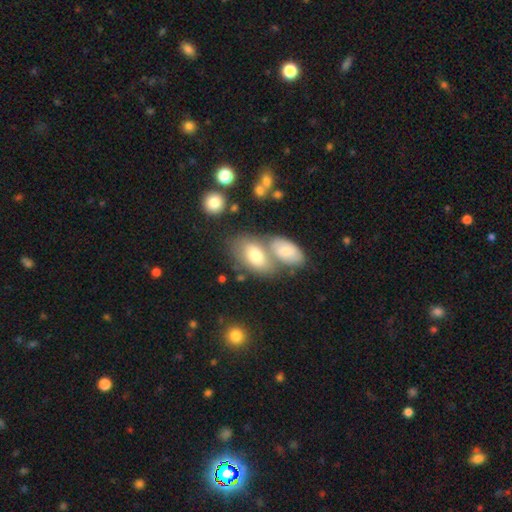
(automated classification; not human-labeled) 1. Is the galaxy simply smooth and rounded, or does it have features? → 70% smooth, 22% featured or disk, 8% star or artifact.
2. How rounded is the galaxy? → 90% in between, 8% round, 2% cigar-shaped.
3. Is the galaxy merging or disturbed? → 46% merger, 37% none, 12% minor disturbance, 5% major disturbance.